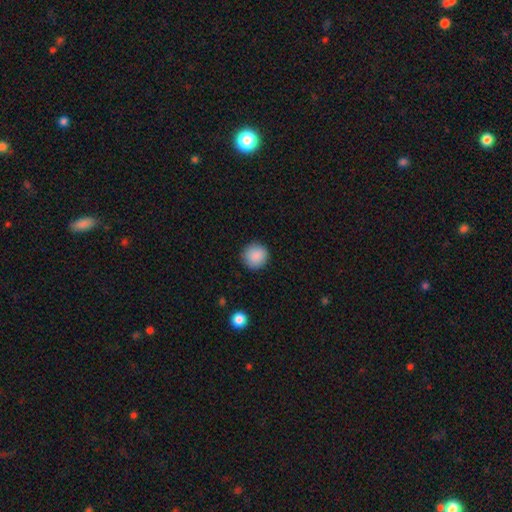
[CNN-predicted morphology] smooth 89%, star or artifact 8%, featured or disk 3%. Down the decision tree: how rounded — round (93%); merging — none (90%).